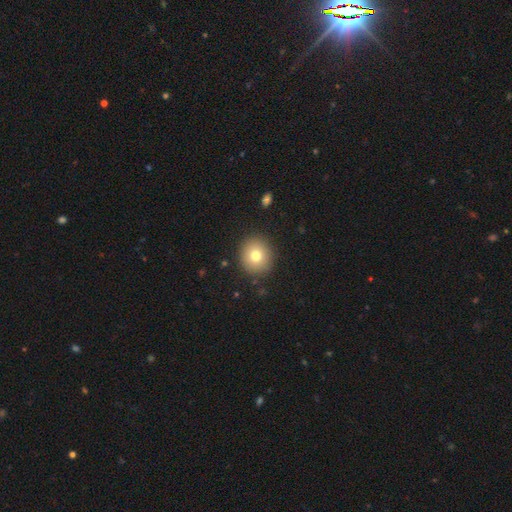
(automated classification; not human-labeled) smooth-or-featured: smooth: 78% | featured or disk: 12% | star or artifact: 10%
  how-rounded: round: 84% | in between: 15% | cigar-shaped: 1%
  merging: none: 89% | minor disturbance: 7% | major disturbance: 2% | merger: 1%